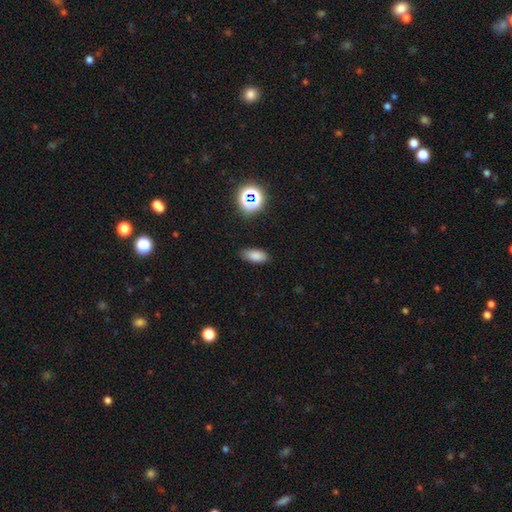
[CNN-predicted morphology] Smooth or featured: smooth — 81% (star or artifact — 13%)
How rounded: in between — 88% (cigar-shaped — 8%)
Merging: none — 86% (minor disturbance — 10%)